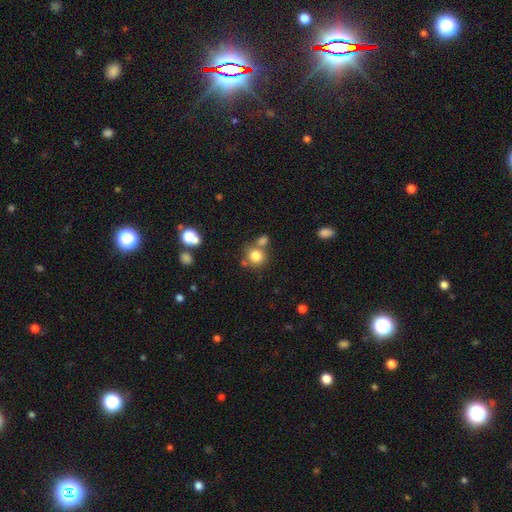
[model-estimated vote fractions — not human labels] The model was most divided on "merging": none: 61%, merger: 24%, minor disturbance: 10%, major disturbance: 4%. More confident: how rounded — round (87%); smooth or featured — smooth (80%).